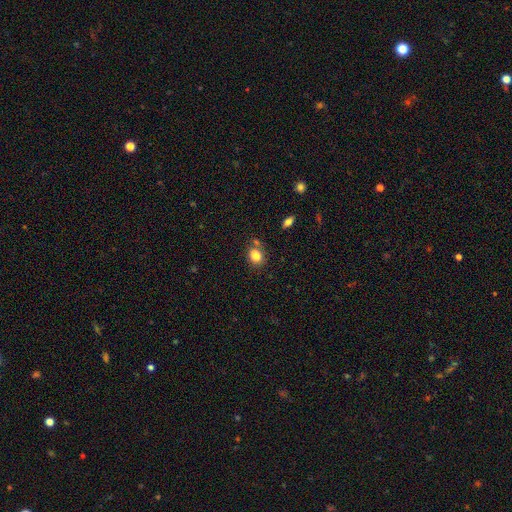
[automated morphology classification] This is clearly a smooth galaxy (83%). How rounded: possibly in between (52%). Merging: likely none (64%).